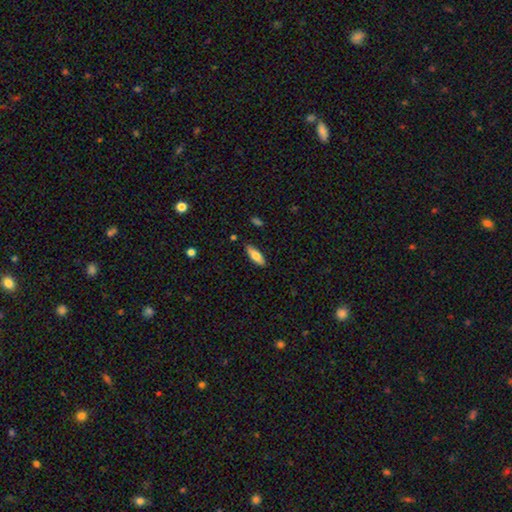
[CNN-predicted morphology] Smooth or featured: smooth — 71% (featured or disk — 23%)
How rounded: in between — 59% (cigar-shaped — 39%)
Merging: none — 85% (minor disturbance — 11%)